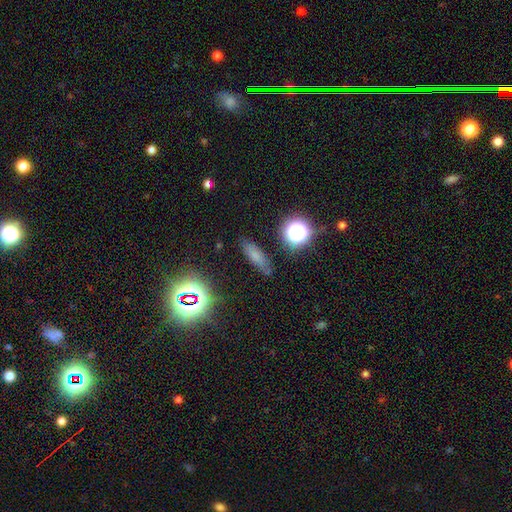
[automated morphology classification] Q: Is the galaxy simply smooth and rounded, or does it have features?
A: smooth — 61%.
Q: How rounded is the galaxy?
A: cigar-shaped — 51%.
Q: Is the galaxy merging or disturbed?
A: none — 80%.